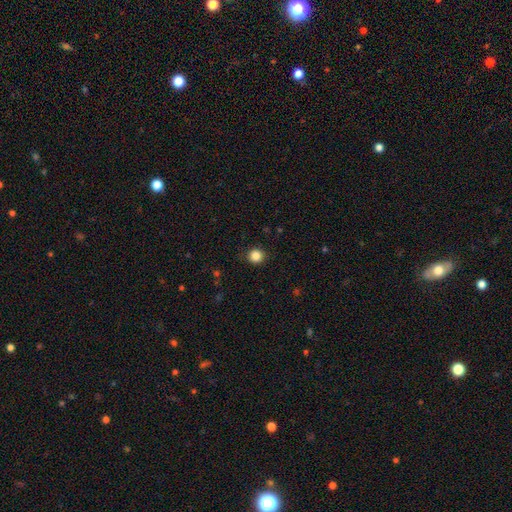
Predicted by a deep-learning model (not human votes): Smooth or featured? Predicted: smooth (p=0.86). How rounded? Predicted: round (p=0.93). Merging? Predicted: none (p=0.90).